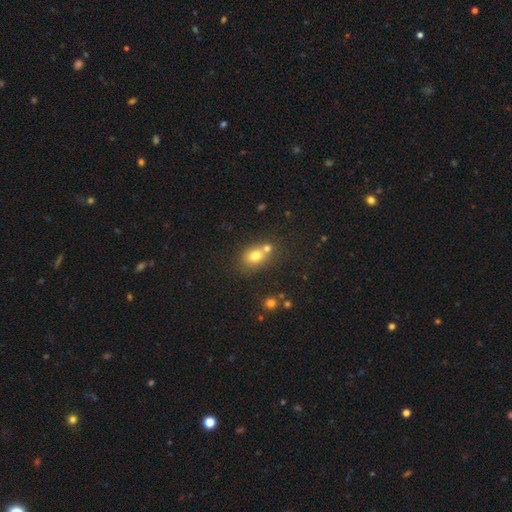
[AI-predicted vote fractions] smooth-or-featured: smooth: 74% | featured or disk: 13% | star or artifact: 13%
  how-rounded: in between: 51% | round: 48% | cigar-shaped: 1%
  merging: none: 45% | merger: 40% | minor disturbance: 11% | major disturbance: 4%